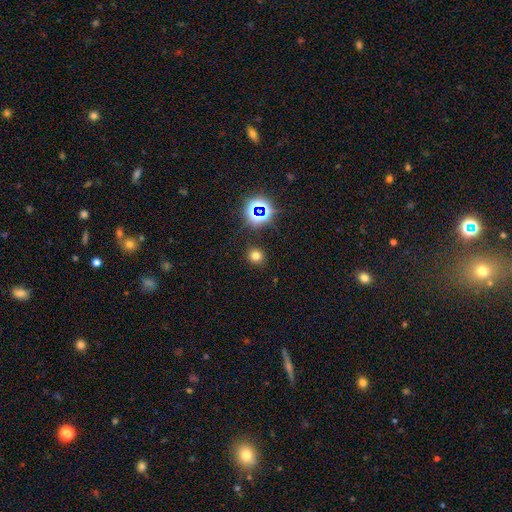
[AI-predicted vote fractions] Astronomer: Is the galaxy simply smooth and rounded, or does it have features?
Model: smooth — 69%.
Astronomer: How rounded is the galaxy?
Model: round — 87%.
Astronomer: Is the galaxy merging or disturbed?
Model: none — 88%.